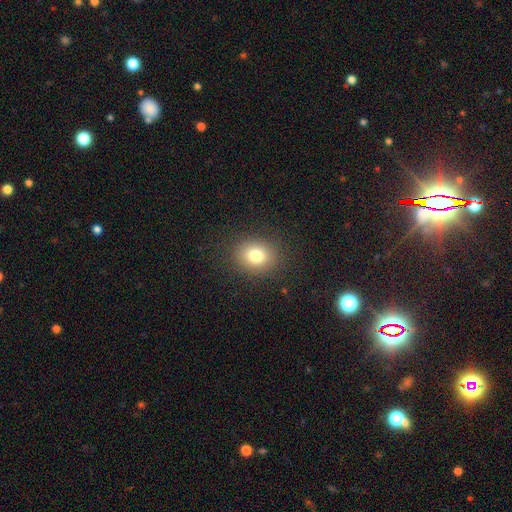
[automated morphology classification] A smooth galaxy with no disk features (79%) that is round (61%).

Vote fractions:
- Smooth or featured? smooth: 79% / star or artifact: 12% / featured or disk: 8%
- How rounded? round: 61% / in between: 38% / cigar-shaped: 1%
- Merging? none: 88% / minor disturbance: 8% / major disturbance: 3% / merger: 1%